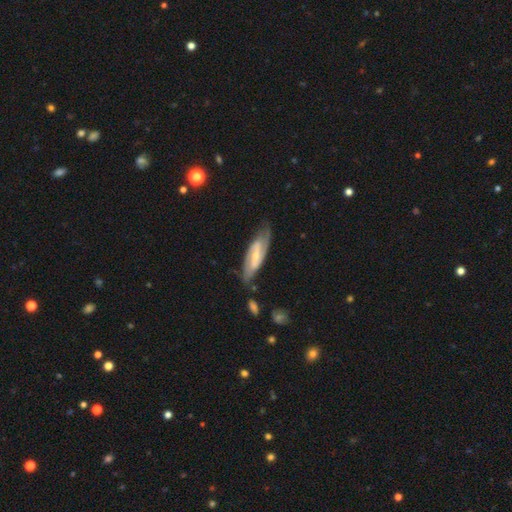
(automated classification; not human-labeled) A featured or disk galaxy (77%) with a strong bar (46%), 2 (85%) medium (45%) spiral arms (91%) and a small central bulge (58%).

Vote fractions:
- Smooth or featured? featured or disk: 77% / smooth: 18% / star or artifact: 5%
- Edge-on disk? no: 87% / yes: 13%
- Bar? strong: 46% / weak: 38% / no: 16%
- Spiral arms? yes: 91% / no: 9%
- Spiral winding? medium: 45% / tight: 30% / loose: 25%
- Spiral arm count? 2: 85% / can't tell: 10% / 1: 2% / 3: 2% / 4: 1% / more than 4: 1%
- Bulge size? small: 58% / moderate: 36% / none: 3% / large: 2% / dominant: 1%
- Merging? none: 74% / minor disturbance: 18% / major disturbance: 5% / merger: 3%